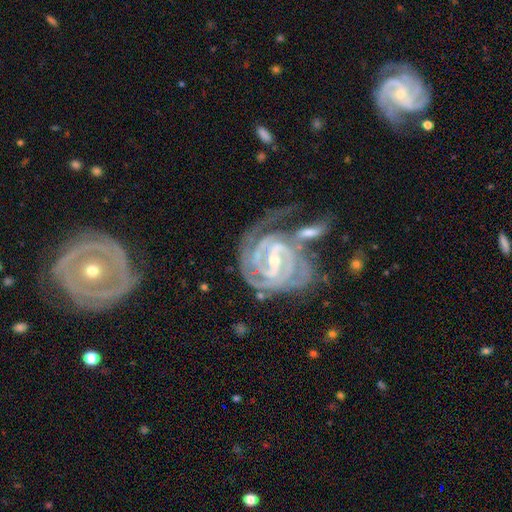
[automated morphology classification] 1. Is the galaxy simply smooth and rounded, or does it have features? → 92% featured or disk, 4% star or artifact, 4% smooth.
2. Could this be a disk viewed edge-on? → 97% no, 3% yes.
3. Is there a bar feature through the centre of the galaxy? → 52% strong, 37% weak, 10% no.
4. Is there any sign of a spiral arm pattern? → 98% yes, 2% no.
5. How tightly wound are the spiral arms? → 72% tight, 24% medium, 4% loose.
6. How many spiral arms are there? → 41% 2, 25% 3, 14% can't tell, 9% 4, 5% 1, 5% more than 4.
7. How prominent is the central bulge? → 68% small, 28% moderate, 2% none, 1% large, 1% dominant.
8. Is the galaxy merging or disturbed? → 38% none, 25% merger, 20% minor disturbance, 17% major disturbance.